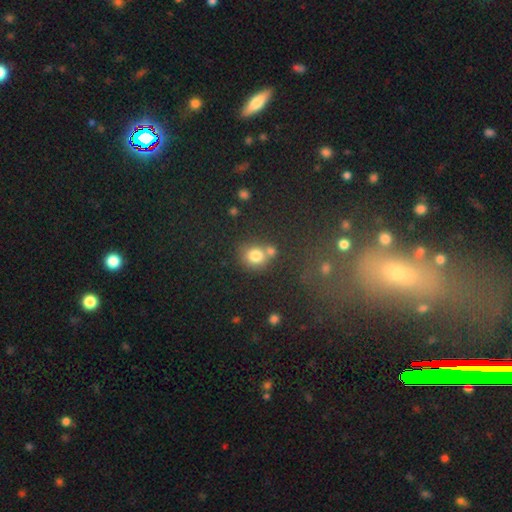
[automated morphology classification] This is likely a smooth galaxy (78%). How rounded: clearly round (80%). Merging: possibly none (52%).